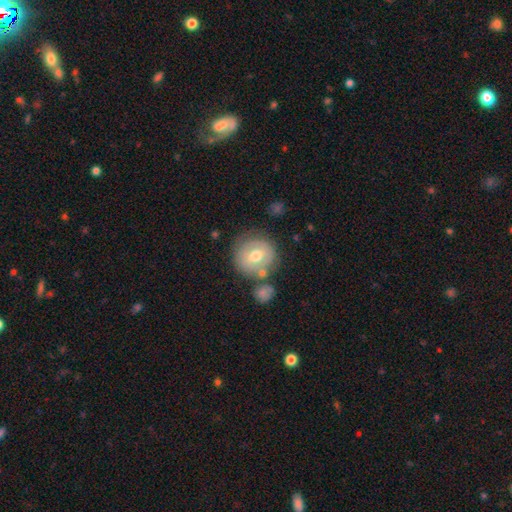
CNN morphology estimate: Smooth or featured?
  - smooth: 54% *
  - featured or disk: 38%
  - star or artifact: 8%
How rounded?
  - round: 88% *
  - in between: 11%
  - cigar-shaped: 1%
Merging?
  - none: 68% *
  - minor disturbance: 15%
  - merger: 11%
  - major disturbance: 6%